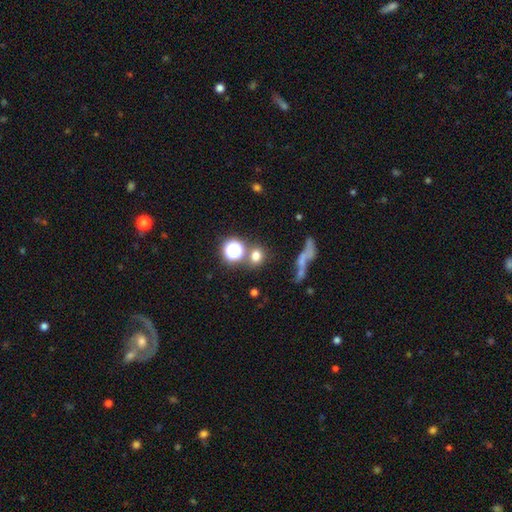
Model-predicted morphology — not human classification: Smooth or featured?
  - smooth: 69% *
  - star or artifact: 22%
  - featured or disk: 9%
How rounded?
  - round: 79% *
  - in between: 18%
  - cigar-shaped: 3%
Merging?
  - none: 70% *
  - merger: 16%
  - minor disturbance: 9%
  - major disturbance: 5%